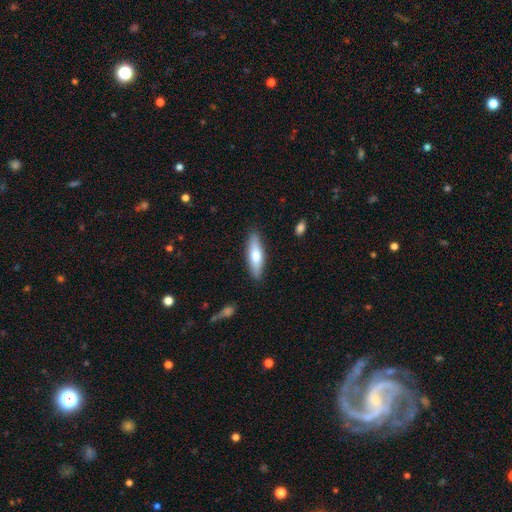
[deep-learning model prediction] This appears to be a smooth galaxy with no disk features (63%) that is cigar-shaped (60%). Merging: none (88%).